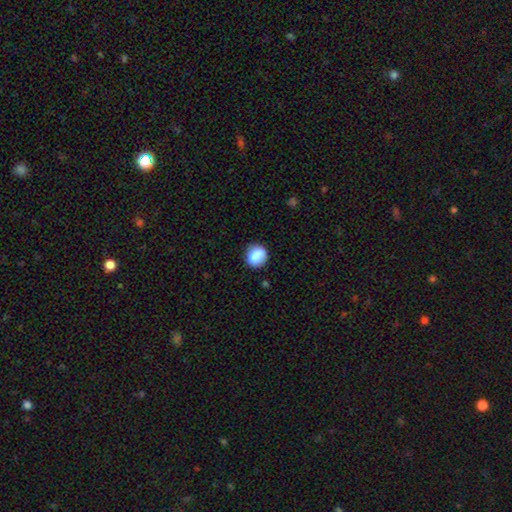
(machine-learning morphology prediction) Smooth or featured? Predicted: smooth (p=0.80). How rounded? Predicted: round (p=0.72). Merging? Predicted: none (p=0.73).